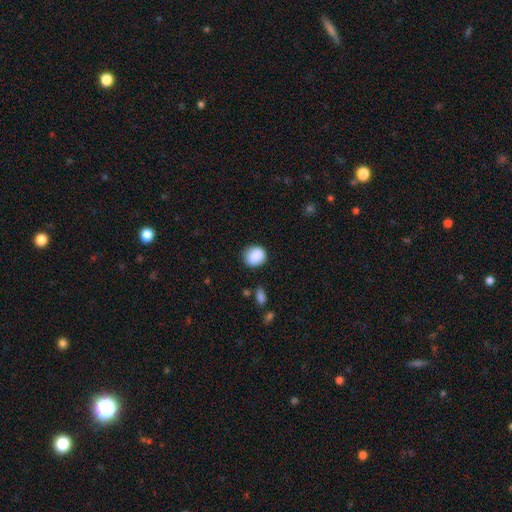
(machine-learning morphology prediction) Smooth or featured? Predicted: smooth (p=0.88). How rounded? Predicted: round (p=0.79). Merging? Predicted: none (p=0.81).